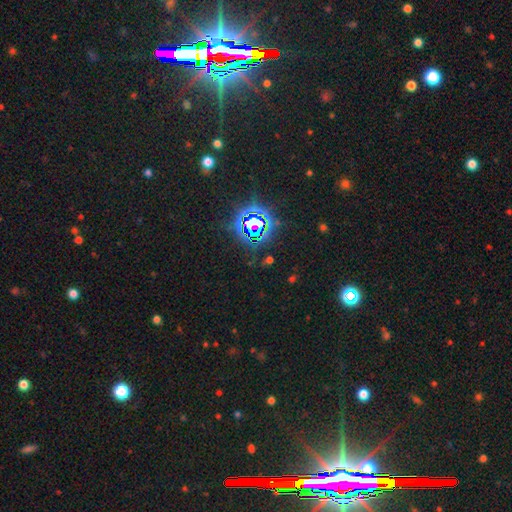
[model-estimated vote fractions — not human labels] Morphology: type=star or artifact (81%).